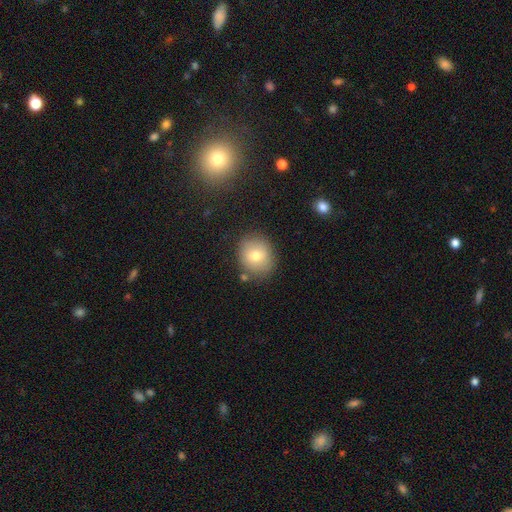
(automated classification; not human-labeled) A smooth galaxy with no disk features (74%) that is round (77%).

Vote fractions:
- Smooth or featured? smooth: 74% / featured or disk: 16% / star or artifact: 10%
- How rounded? round: 77% / in between: 22% / cigar-shaped: 1%
- Merging? none: 79% / minor disturbance: 13% / merger: 4% / major disturbance: 4%